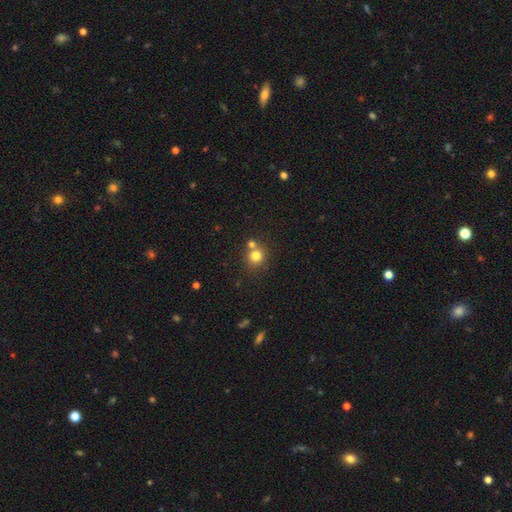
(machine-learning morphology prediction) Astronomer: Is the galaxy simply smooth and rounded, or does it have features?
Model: smooth — 78%.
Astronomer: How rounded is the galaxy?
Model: round — 89%.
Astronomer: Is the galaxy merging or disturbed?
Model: none — 62%.